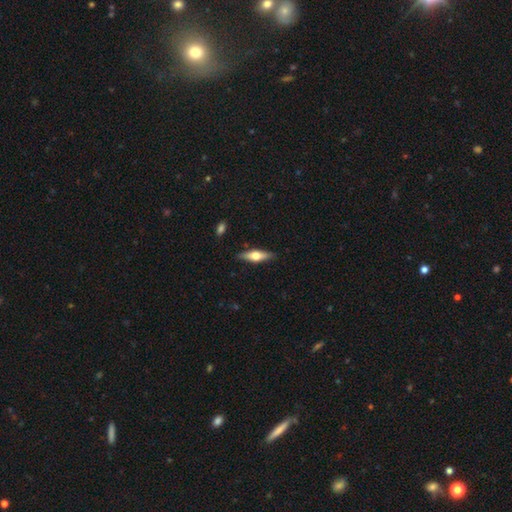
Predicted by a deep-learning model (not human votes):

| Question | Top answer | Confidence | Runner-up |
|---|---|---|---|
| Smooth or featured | featured or disk | 48% | smooth (46%) |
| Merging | none | 87% | minor disturbance (9%) |